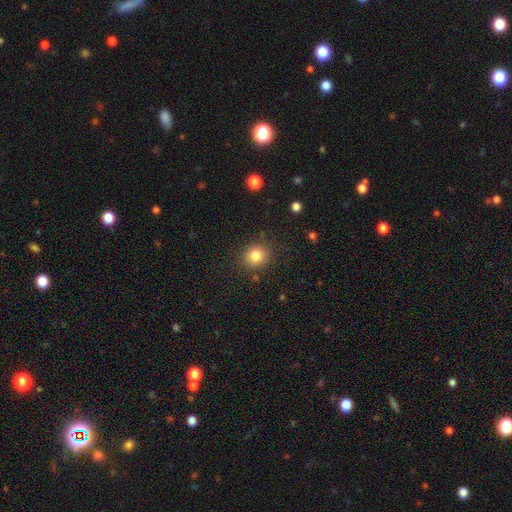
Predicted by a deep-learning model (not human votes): Smooth or featured?
  - smooth: 82% *
  - star or artifact: 11%
  - featured or disk: 6%
How rounded?
  - round: 80% *
  - in between: 19%
  - cigar-shaped: 1%
Merging?
  - none: 87% *
  - minor disturbance: 9%
  - major disturbance: 3%
  - merger: 2%